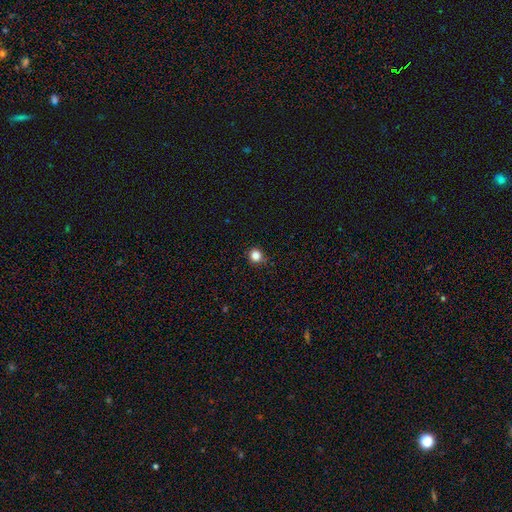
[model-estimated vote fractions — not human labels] Smooth or featured? Predicted: smooth (p=0.83). How rounded? Predicted: round (p=0.91). Merging? Predicted: none (p=0.85).